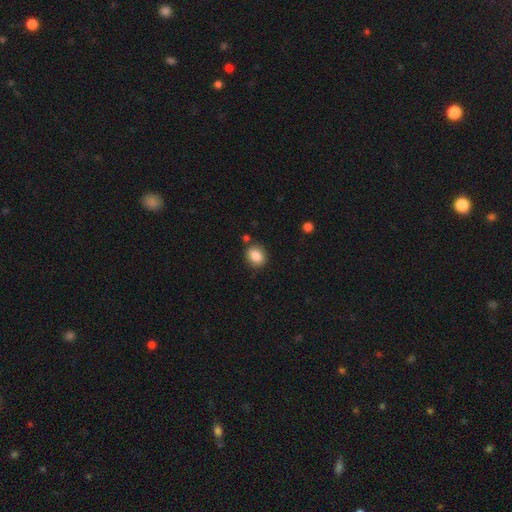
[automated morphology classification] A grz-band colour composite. It shows a smooth galaxy with no disk features (86%) that is round (54%). Merging: none (82%).